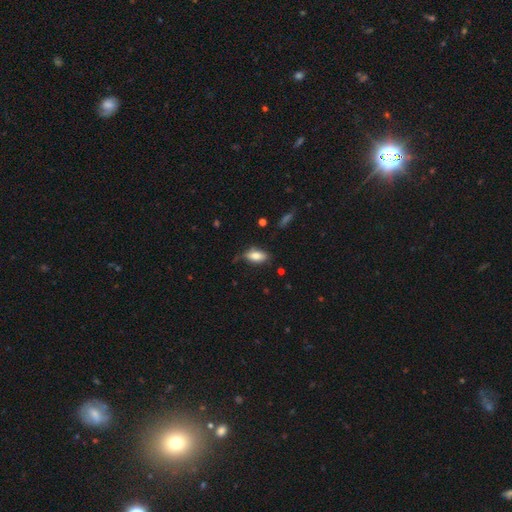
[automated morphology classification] Overall: smooth (80%). How rounded: in between (87%). Merging: none (65%; minor disturbance 27%).